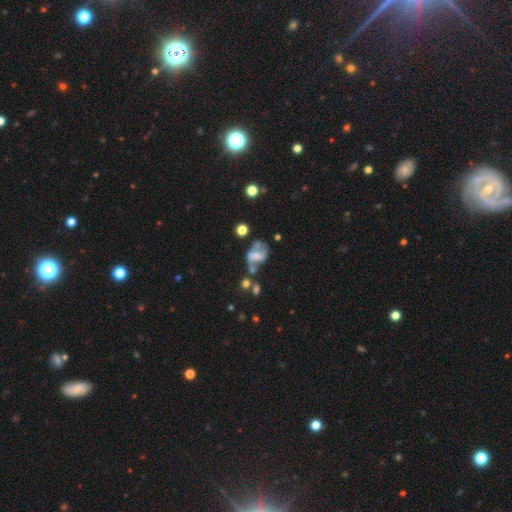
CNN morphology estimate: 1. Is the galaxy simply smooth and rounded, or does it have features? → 55% featured or disk, 33% smooth, 12% star or artifact.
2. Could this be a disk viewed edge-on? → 96% no, 4% yes.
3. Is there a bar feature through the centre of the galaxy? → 52% no, 31% weak, 16% strong.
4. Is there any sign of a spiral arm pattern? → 53% no, 47% yes.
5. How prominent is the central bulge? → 36% small, 34% moderate, 22% none, 6% large, 2% dominant.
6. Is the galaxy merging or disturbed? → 31% none, 25% major disturbance, 23% merger, 21% minor disturbance.